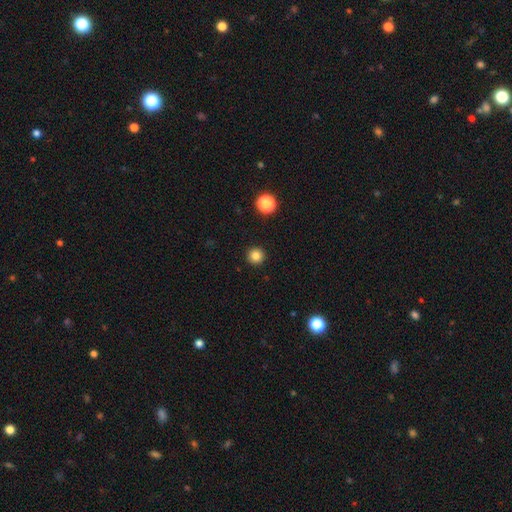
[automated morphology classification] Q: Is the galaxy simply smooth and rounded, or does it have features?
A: smooth — 83%.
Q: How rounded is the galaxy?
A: round — 96%.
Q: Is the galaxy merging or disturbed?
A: none — 93%.